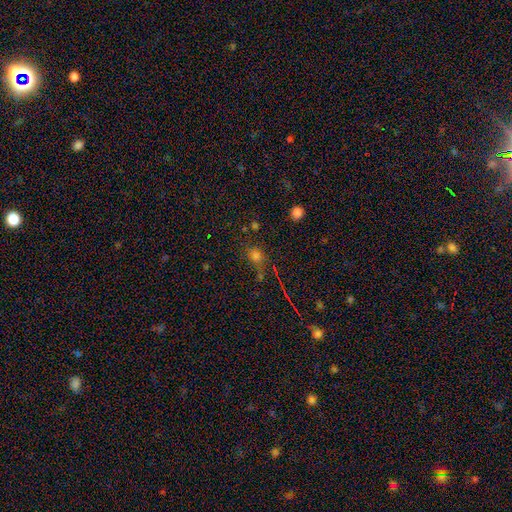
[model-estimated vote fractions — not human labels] Overall: smooth (66%; star or artifact 26%). How rounded: round (66%; in between 32%). Merging: none (66%).